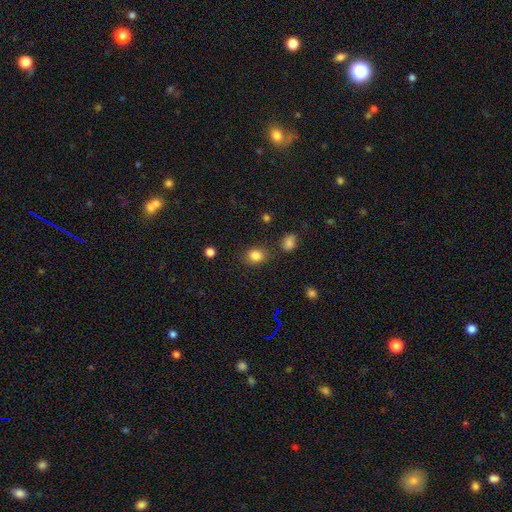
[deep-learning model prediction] Overall: smooth (82%). How rounded: round (59%; in between 40%). Merging: none (78%).